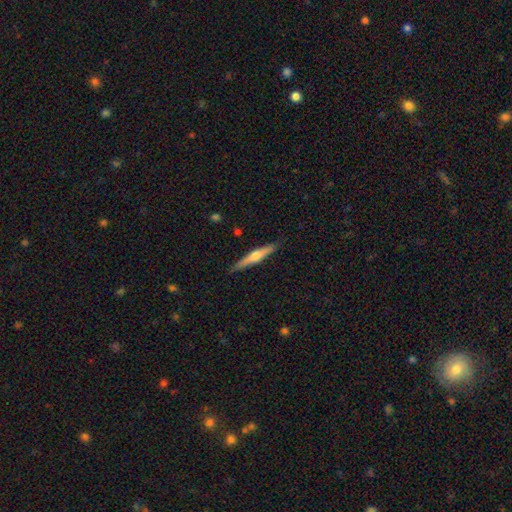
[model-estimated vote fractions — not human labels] A featured or disk galaxy (58%) viewed edge-on (97%) with a rounded central bulge (87%). Merging: none (88%).